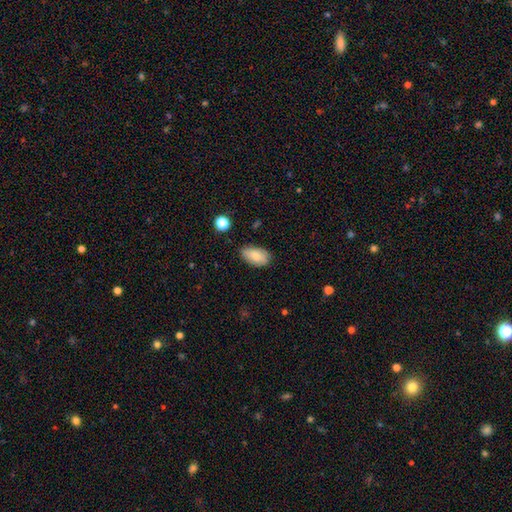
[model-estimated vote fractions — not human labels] A smooth galaxy with no disk features (81%) that is in between round and cigar-shaped (93%).

Vote fractions:
- Smooth or featured? smooth: 81% / featured or disk: 12% / star or artifact: 7%
- How rounded? in between: 93% / round: 4% / cigar-shaped: 3%
- Merging? none: 80% / minor disturbance: 16% / major disturbance: 3% / merger: 2%